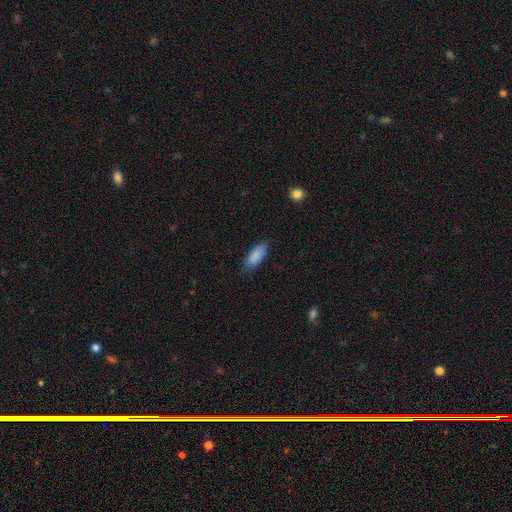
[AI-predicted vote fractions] A smooth galaxy with no disk features (87%) that is in between round and cigar-shaped (77%).

Vote fractions:
- Smooth or featured? smooth: 87% / featured or disk: 7% / star or artifact: 6%
- How rounded? in between: 77% / cigar-shaped: 21% / round: 2%
- Merging? none: 73% / minor disturbance: 21% / major disturbance: 4% / merger: 1%